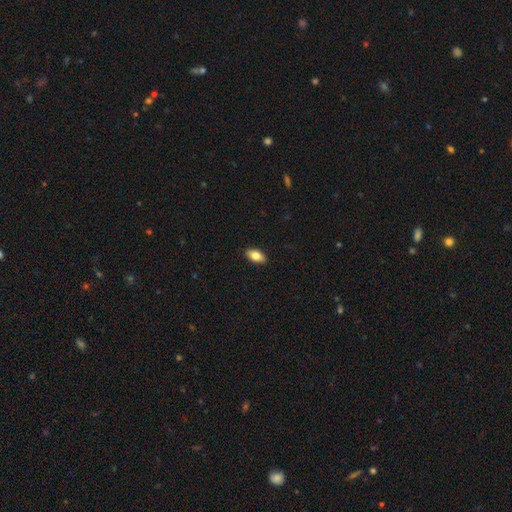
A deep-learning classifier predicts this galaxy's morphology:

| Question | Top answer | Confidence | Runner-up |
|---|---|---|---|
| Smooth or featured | smooth | 79% | featured or disk (14%) |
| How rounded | in between | 91% | cigar-shaped (5%) |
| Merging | none | 90% | minor disturbance (8%) |